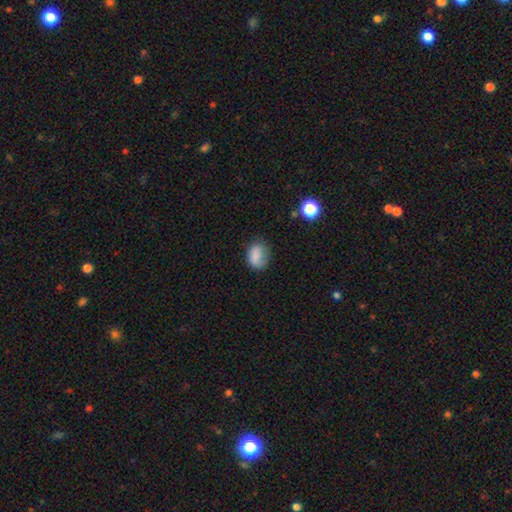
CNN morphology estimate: Smooth or featured? Predicted: smooth (p=0.82). How rounded? Predicted: in between (p=0.66). Merging? Predicted: none (p=0.60).